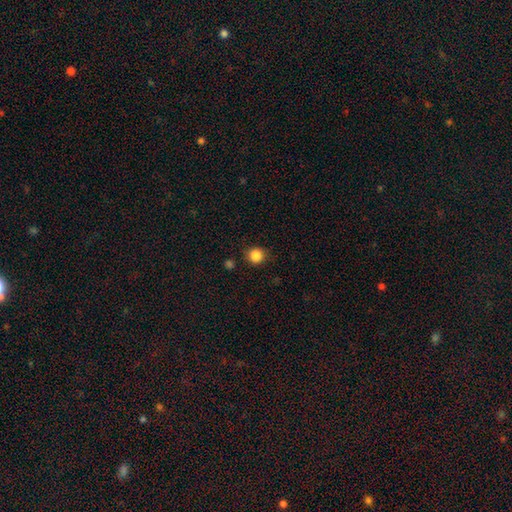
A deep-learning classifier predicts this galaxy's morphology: This appears to be a smooth galaxy with no disk features (86%) that is round (91%). Merging: none (85%).